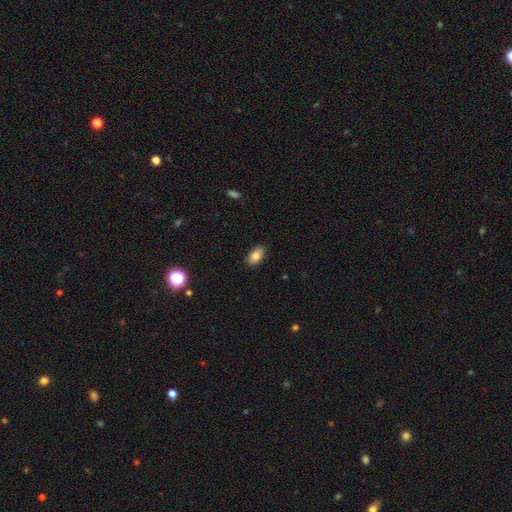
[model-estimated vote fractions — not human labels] This appears to be a smooth galaxy with no disk features (83%) that is in between round and cigar-shaped (92%). Merging: none (87%).